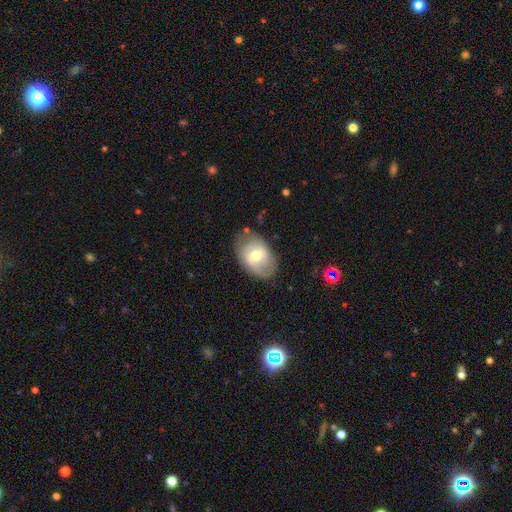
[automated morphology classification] Smooth or featured? Predicted: smooth (p=0.51). How rounded? Predicted: in between (p=0.83). Merging? Predicted: none (p=0.73).